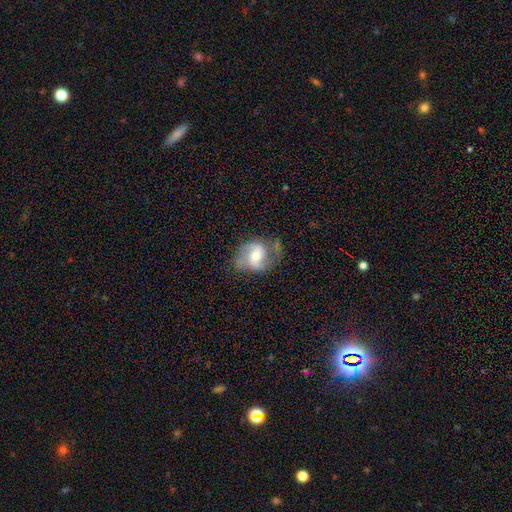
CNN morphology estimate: Smooth or featured: featured or disk — 76% (smooth — 18%)
Edge-on disk: no — 97% (yes — 3%)
Bar: weak — 46% (no — 35%)
Spiral arms: yes — 92% (no — 8%)
Spiral winding: medium — 47% (loose — 38%)
Spiral arm count: 2 — 85% (1 — 6%)
Bulge size: moderate — 69% (small — 19%)
Merging: none — 61% (minor disturbance — 24%)